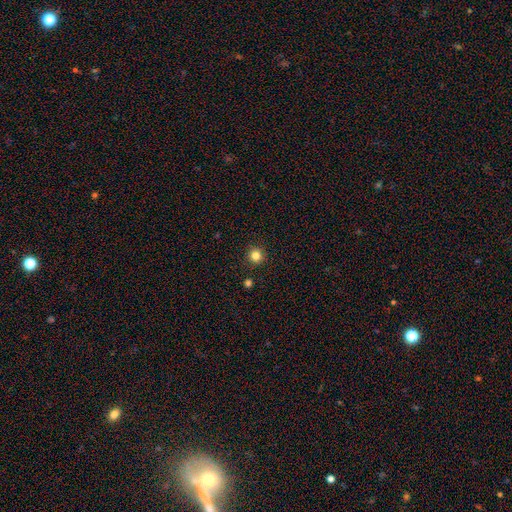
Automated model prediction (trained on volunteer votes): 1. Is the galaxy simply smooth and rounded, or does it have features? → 82% smooth, 13% star or artifact, 4% featured or disk.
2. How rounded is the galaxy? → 95% round, 4% in between, 1% cigar-shaped.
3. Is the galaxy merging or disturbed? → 92% none, 5% minor disturbance, 2% merger, 2% major disturbance.